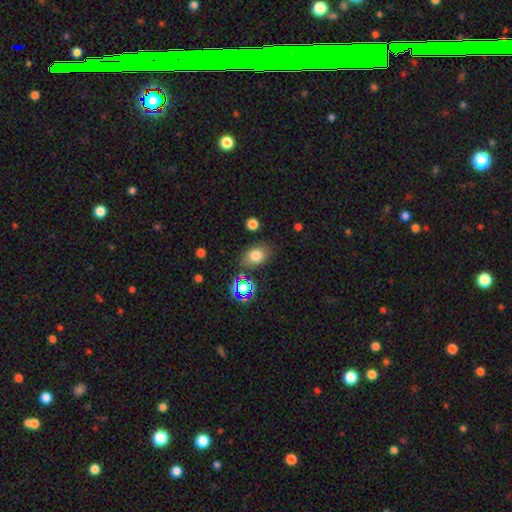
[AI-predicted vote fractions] Overall: smooth (75%). How rounded: in between (73%). Merging: none (78%).